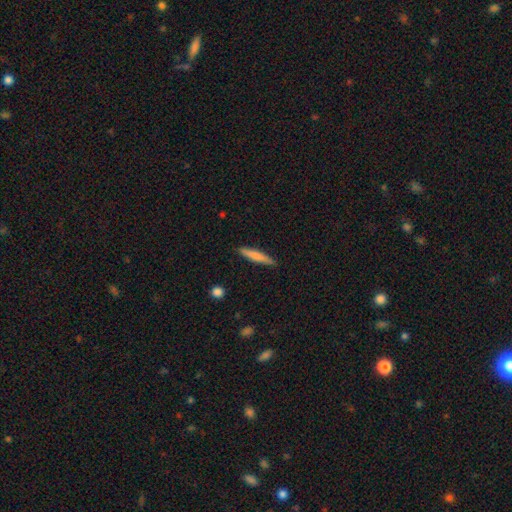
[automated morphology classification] smooth 73%, featured or disk 21%, star or artifact 6%. Down the decision tree: how rounded — cigar-shaped (91%); merging — none (89%).